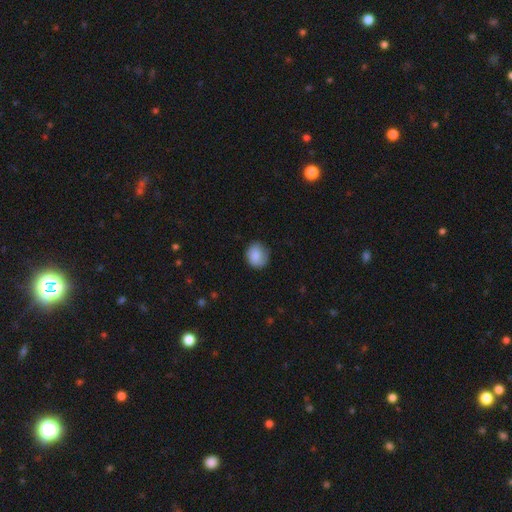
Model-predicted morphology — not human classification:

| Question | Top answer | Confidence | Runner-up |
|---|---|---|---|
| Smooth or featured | smooth | 84% | featured or disk (9%) |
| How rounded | round | 67% | in between (32%) |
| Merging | none | 71% | minor disturbance (22%) |